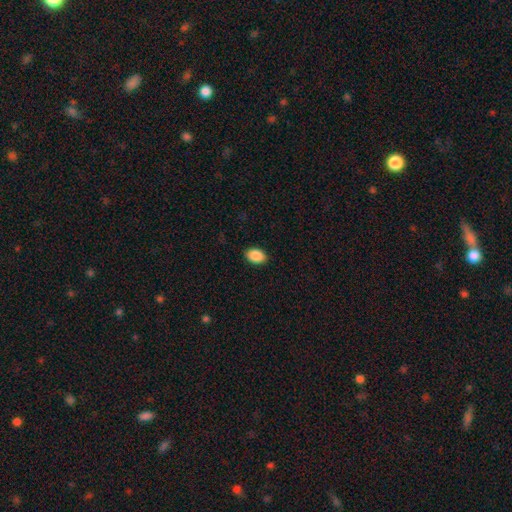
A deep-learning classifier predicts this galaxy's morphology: This appears to be a smooth galaxy with no disk features (89%) that is in between round and cigar-shaped (85%). Merging: none (90%).